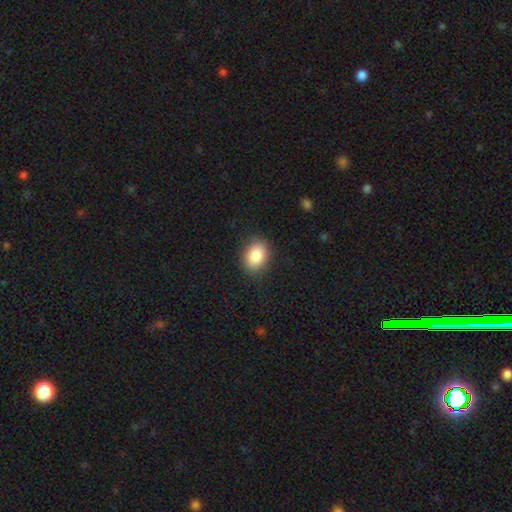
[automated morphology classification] Smooth or featured?
  - smooth: 85% *
  - star or artifact: 8%
  - featured or disk: 7%
How rounded?
  - in between: 71% *
  - round: 28%
  - cigar-shaped: 1%
Merging?
  - none: 87% *
  - minor disturbance: 9%
  - major disturbance: 3%
  - merger: 1%